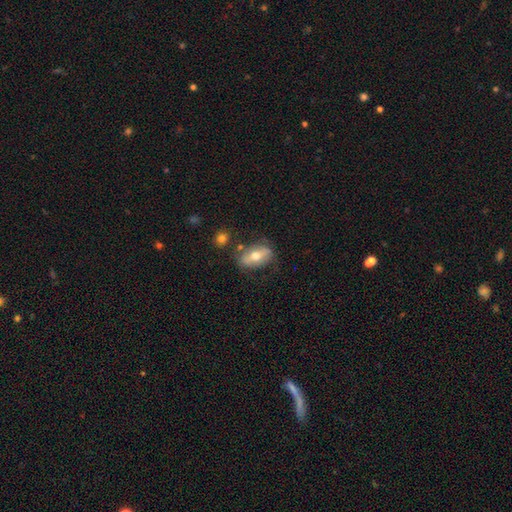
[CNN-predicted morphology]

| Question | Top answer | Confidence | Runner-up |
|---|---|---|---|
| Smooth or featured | smooth | 50% | featured or disk (42%) |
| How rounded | in between | 84% | round (10%) |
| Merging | none | 70% | minor disturbance (18%) |